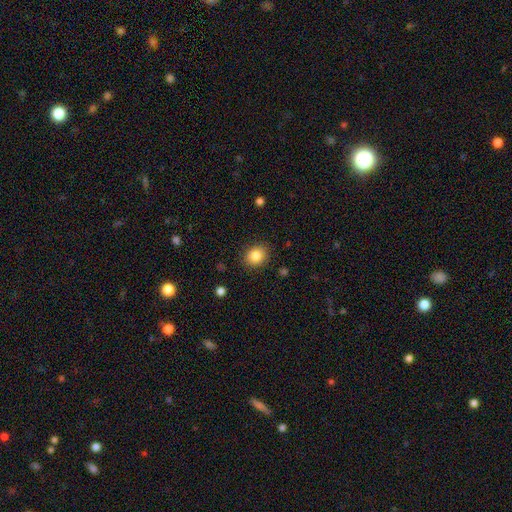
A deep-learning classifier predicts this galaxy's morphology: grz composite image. It shows a smooth galaxy with no disk features (85%) that is round (66%). Merging: none (88%).